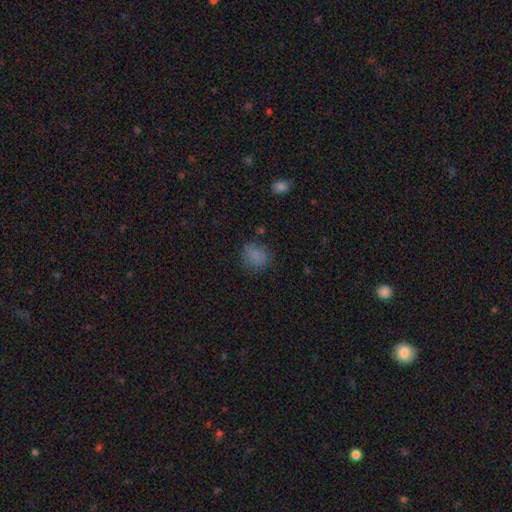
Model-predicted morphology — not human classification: Q: Smooth or featured?
A: smooth (79%); runner-up: star or artifact (14%)
Q: How rounded?
A: round (63%); runner-up: in between (36%)
Q: Merging?
A: none (70%); runner-up: minor disturbance (20%)